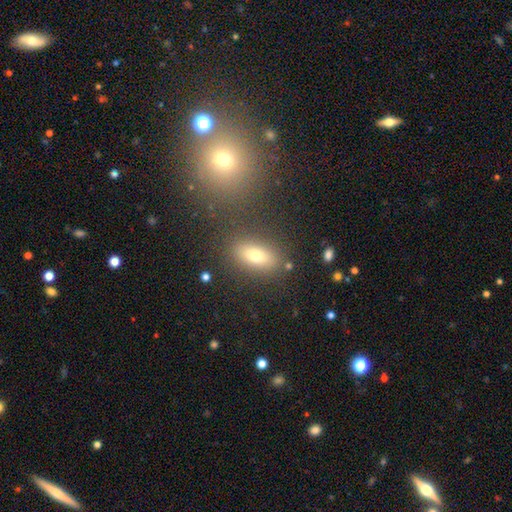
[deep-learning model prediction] smooth_or_featured: smooth (p=0.69) [alt: featured or disk p=0.17]
how_rounded: in between (p=0.78) [alt: cigar-shaped p=0.13]
merging: none (p=0.82) [alt: minor disturbance p=0.09]